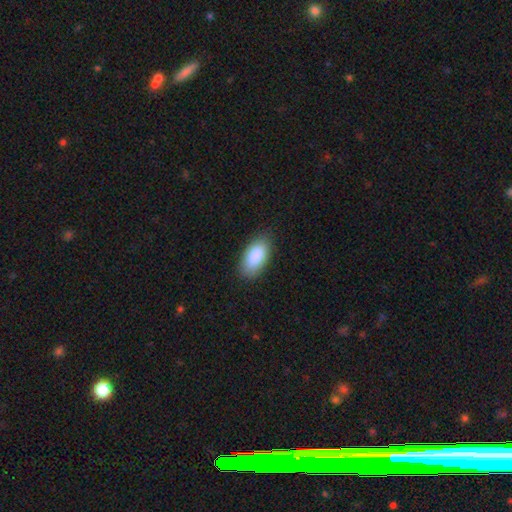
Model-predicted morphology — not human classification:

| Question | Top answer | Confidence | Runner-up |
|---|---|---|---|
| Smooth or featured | smooth | 88% | star or artifact (6%) |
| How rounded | in between | 94% | cigar-shaped (4%) |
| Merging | none | 84% | minor disturbance (12%) |